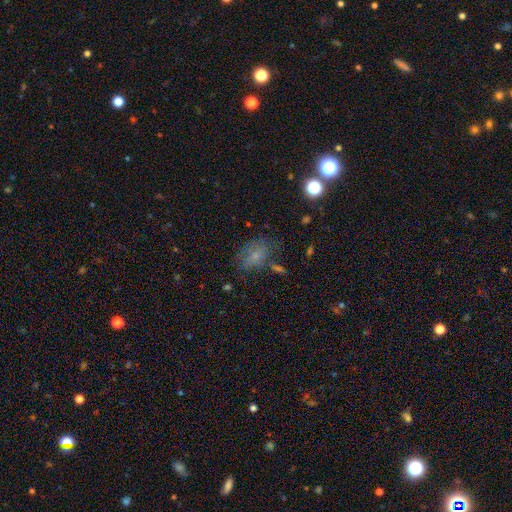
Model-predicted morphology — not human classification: smooth_or_featured: smooth (p=0.63) [alt: featured or disk p=0.20]
how_rounded: in between (p=0.75) [alt: round p=0.23]
merging: none (p=0.58) [alt: minor disturbance p=0.24]